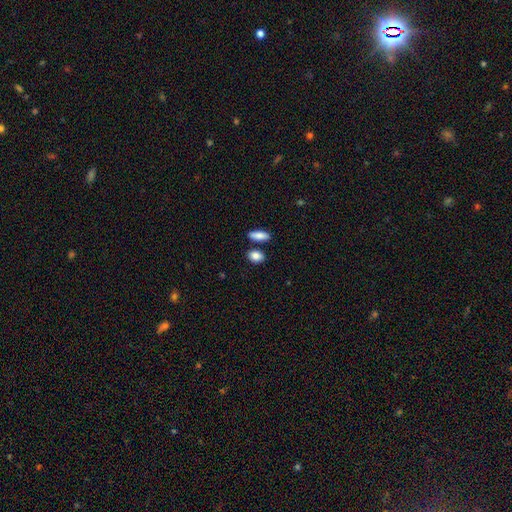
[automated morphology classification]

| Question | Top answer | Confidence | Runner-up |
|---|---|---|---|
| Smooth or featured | smooth | 87% | star or artifact (7%) |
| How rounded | in between | 78% | round (18%) |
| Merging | none | 75% | merger (11%) |